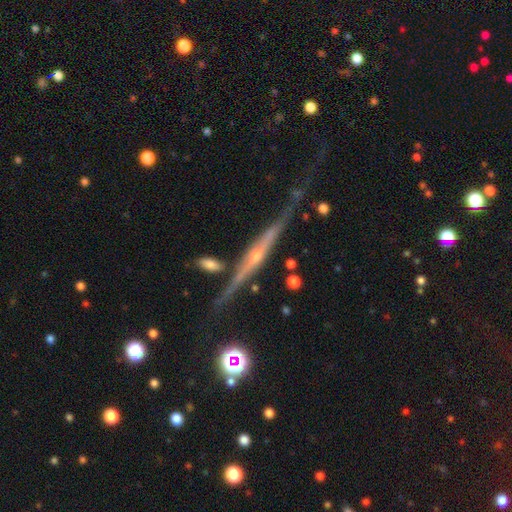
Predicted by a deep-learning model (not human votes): smooth_or_featured: featured or disk (p=0.83) [alt: smooth p=0.09]
disk_edge_on: yes (p=0.96) [alt: no p=0.04]
edge_on_bulge: rounded (p=0.80) [alt: none p=0.12]
merging: none (p=0.73) [alt: minor disturbance p=0.17]